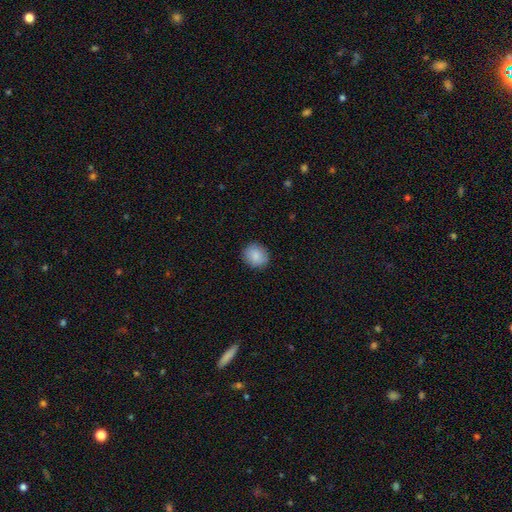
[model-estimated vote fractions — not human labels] Morphology: type=smooth (86%); roundness=round (82%); merging=none (88%).